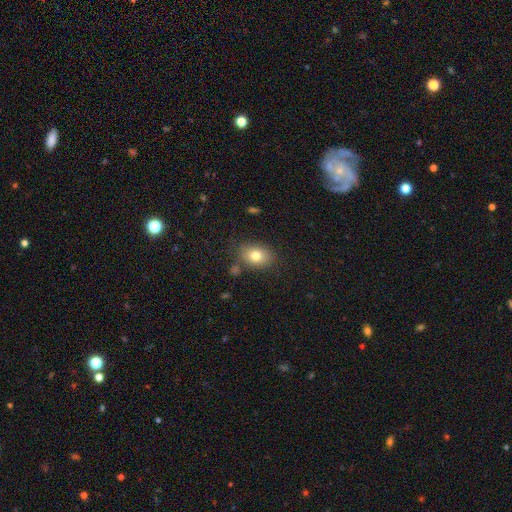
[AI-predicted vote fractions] This is likely a smooth galaxy (78%). How rounded: likely in between (73%). Merging: likely none (79%).